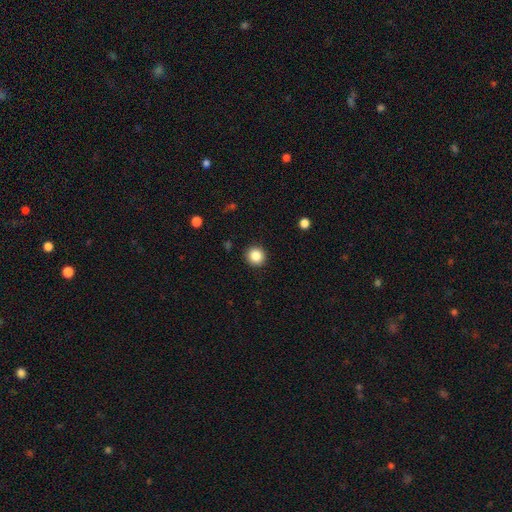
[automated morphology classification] The model was most divided on "smooth or featured": smooth: 86%, star or artifact: 10%, featured or disk: 4%. More confident: how rounded — round (93%); merging — none (92%).